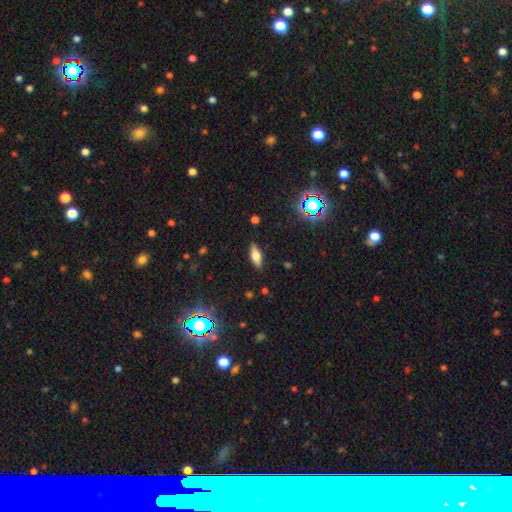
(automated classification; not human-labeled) This appears to be a smooth galaxy with no disk features (63%) that is in between round and cigar-shaped (68%). Merging: none (86%).